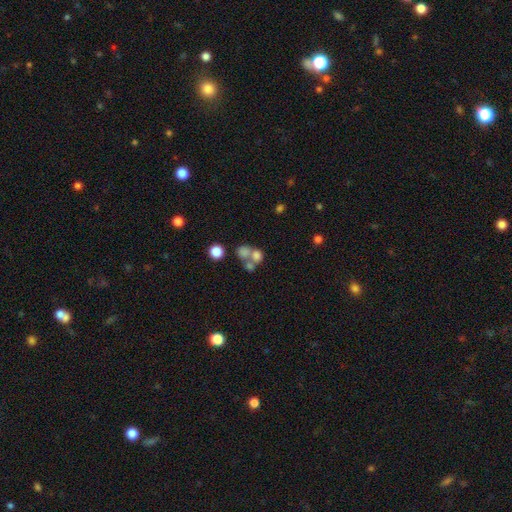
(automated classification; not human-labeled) Smooth or featured?
  - smooth: 67% *
  - featured or disk: 18%
  - star or artifact: 15%
How rounded?
  - round: 70% *
  - in between: 28%
  - cigar-shaped: 1%
Merging?
  - merger: 55% *
  - none: 30%
  - minor disturbance: 7%
  - major disturbance: 7%